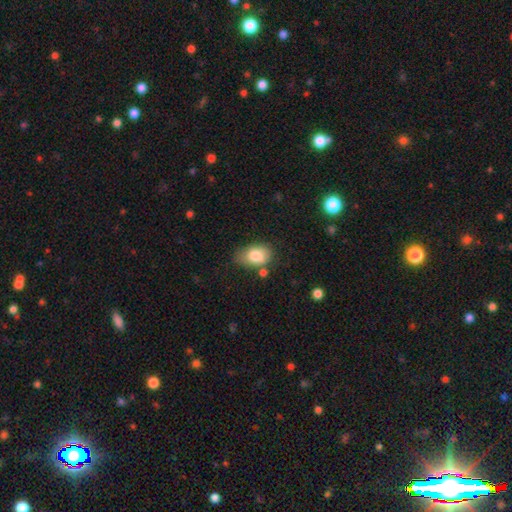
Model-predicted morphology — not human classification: Smooth or featured: smooth — 81% (featured or disk — 11%)
How rounded: in between — 83% (round — 16%)
Merging: none — 56% (minor disturbance — 27%)